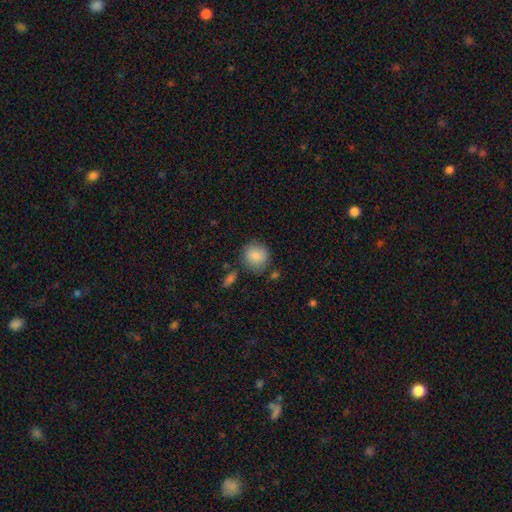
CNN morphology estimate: smooth 87%, star or artifact 7%, featured or disk 6%. Down the decision tree: how rounded — round (88%); merging — none (77%).